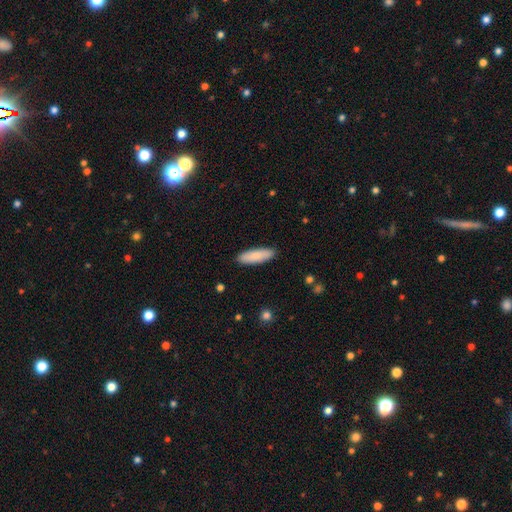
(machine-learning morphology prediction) type=smooth (85%); roundness=in between (51%); merging=none (90%).